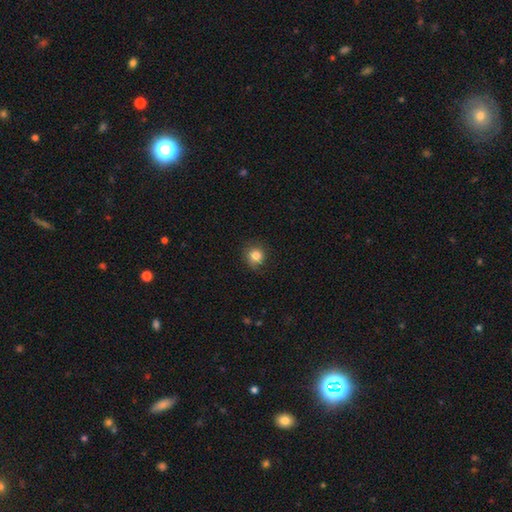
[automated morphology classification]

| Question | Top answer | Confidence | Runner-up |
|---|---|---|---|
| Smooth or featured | smooth | 83% | star or artifact (11%) |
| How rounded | round | 89% | in between (10%) |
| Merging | none | 79% | minor disturbance (16%) |